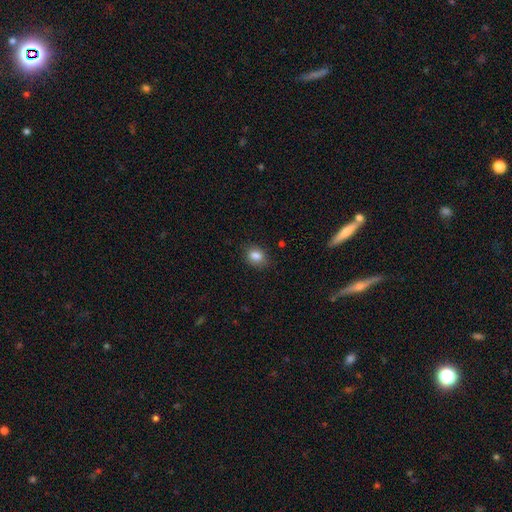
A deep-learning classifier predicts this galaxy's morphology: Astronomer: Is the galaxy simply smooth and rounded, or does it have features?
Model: smooth — 84%.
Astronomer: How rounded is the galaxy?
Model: in between — 61% (runner-up: round, 38%).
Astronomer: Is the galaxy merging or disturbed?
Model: none — 81%.